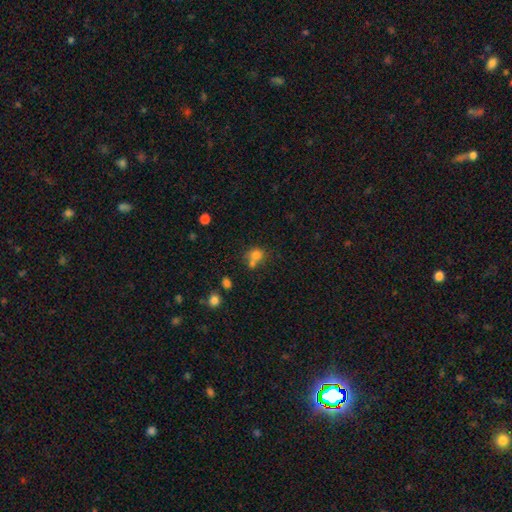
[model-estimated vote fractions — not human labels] Smooth or featured?
  - smooth: 77% *
  - star or artifact: 13%
  - featured or disk: 10%
How rounded?
  - round: 75% *
  - in between: 24%
  - cigar-shaped: 1%
Merging?
  - none: 45% *
  - merger: 40%
  - minor disturbance: 10%
  - major disturbance: 5%